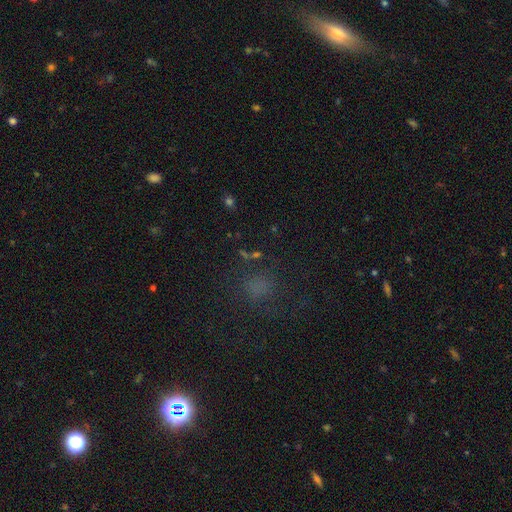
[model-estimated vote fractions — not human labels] Smooth or featured: smooth — 55% (star or artifact — 34%)
How rounded: round — 76% (in between — 22%)
Merging: none — 69% (minor disturbance — 15%)